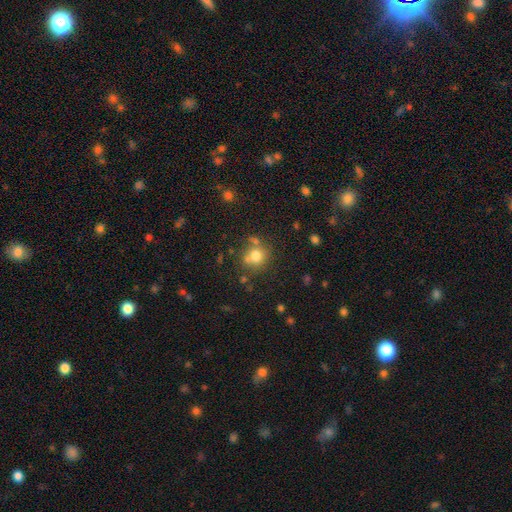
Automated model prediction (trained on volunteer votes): smooth-or-featured: smooth: 75% | star or artifact: 14% | featured or disk: 11%
  how-rounded: round: 83% | in between: 16% | cigar-shaped: 1%
  merging: none: 62% | merger: 18% | minor disturbance: 14% | major disturbance: 6%